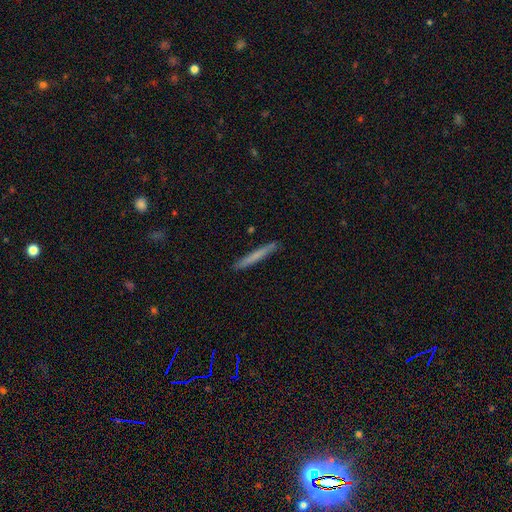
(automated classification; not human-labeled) smooth-or-featured: smooth: 67% | featured or disk: 27% | star or artifact: 6%
  how-rounded: cigar-shaped: 97% | in between: 2% | round: 1%
  merging: none: 92% | minor disturbance: 6% | major disturbance: 1% | merger: 1%